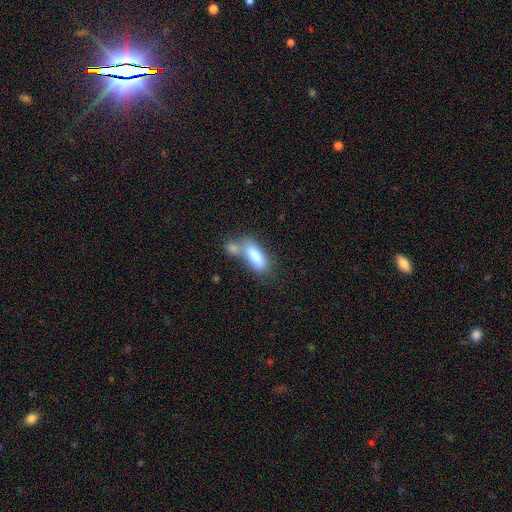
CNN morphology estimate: Smooth or featured? Predicted: smooth (p=0.80). How rounded? Predicted: in between (p=0.71). Merging? Predicted: merger (p=0.49).